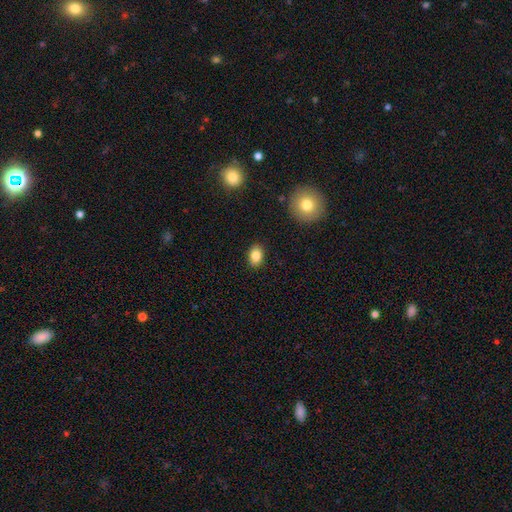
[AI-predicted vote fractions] This is clearly a smooth galaxy (84%). How rounded: likely in between (80%). Merging: clearly none (89%).